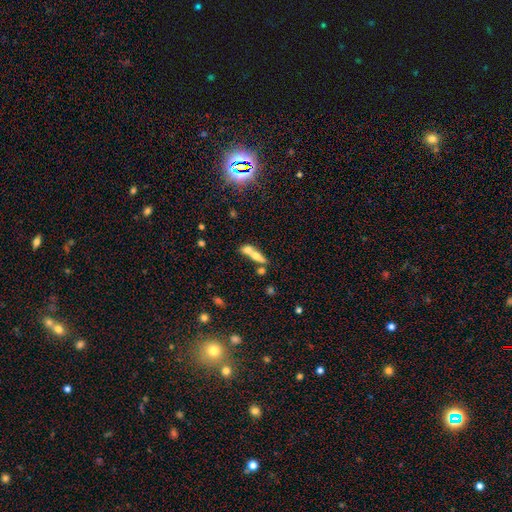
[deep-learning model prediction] Smooth or featured? smooth (54%)
How rounded? cigar-shaped (64%)
Merging? merger (48%)